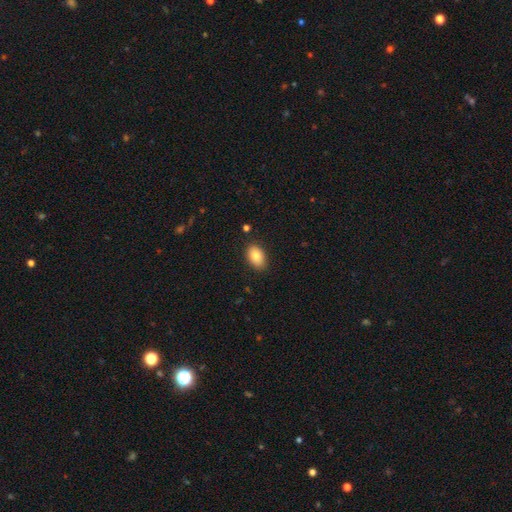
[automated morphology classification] Smooth or featured? smooth (84%)
How rounded? in between (89%)
Merging? none (87%)